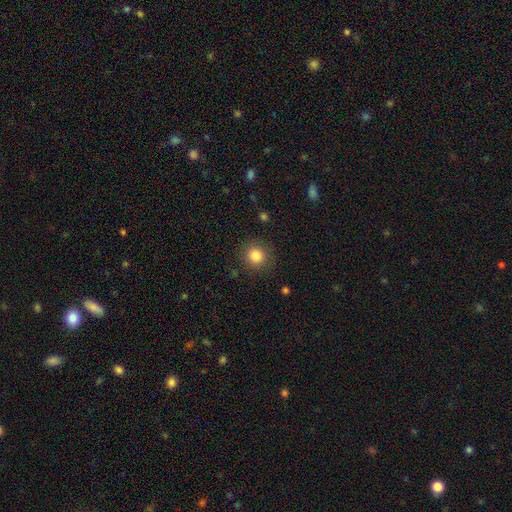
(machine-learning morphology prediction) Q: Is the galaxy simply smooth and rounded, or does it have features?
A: smooth — 84%.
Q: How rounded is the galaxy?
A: round — 92%.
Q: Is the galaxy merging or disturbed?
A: none — 87%.